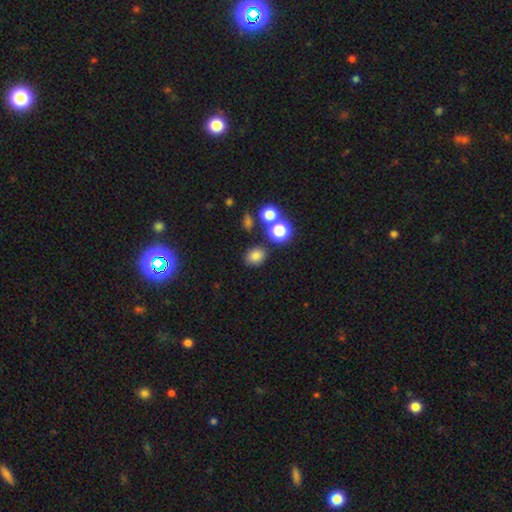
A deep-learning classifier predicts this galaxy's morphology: smooth-or-featured: smooth: 80% | star or artifact: 14% | featured or disk: 6%
  how-rounded: round: 56% | in between: 43% | cigar-shaped: 1%
  merging: none: 76% | minor disturbance: 11% | merger: 9% | major disturbance: 4%